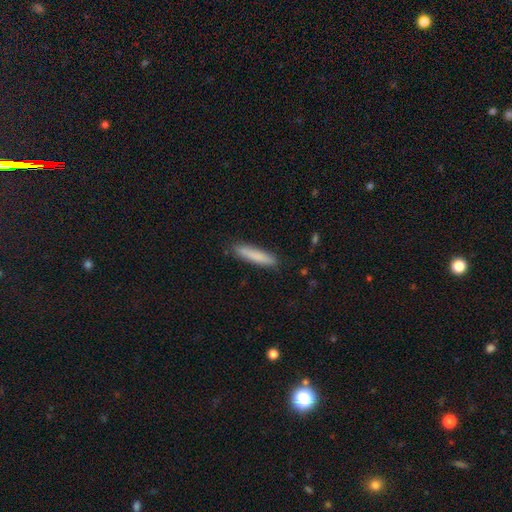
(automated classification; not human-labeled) This appears to be a smooth galaxy with no disk features (84%) that is cigar-shaped (88%). Merging: none (88%).